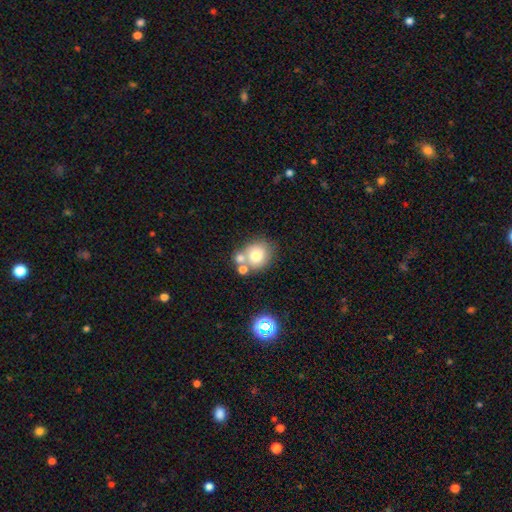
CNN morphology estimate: Smooth or featured? Predicted: smooth (p=0.73). How rounded? Predicted: round (p=0.77). Merging? Predicted: none (p=0.54).